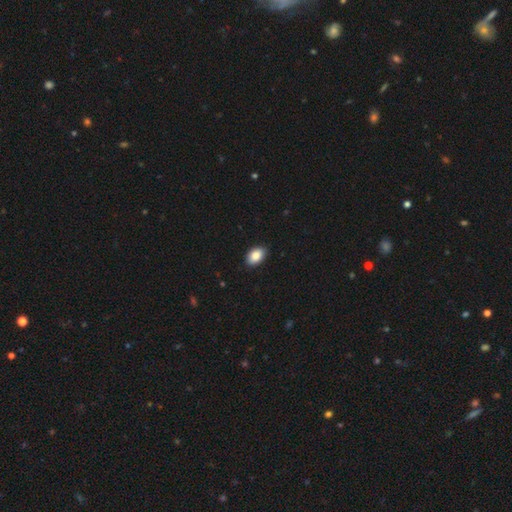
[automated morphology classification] Smooth or featured? smooth (88%)
How rounded? in between (90%)
Merging? none (89%)